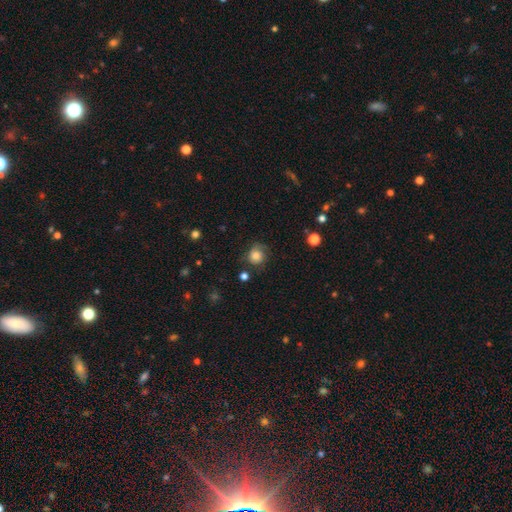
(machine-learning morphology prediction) smooth_or_featured: smooth (p=0.64) [alt: featured or disk p=0.26]
how_rounded: round (p=0.79) [alt: in between p=0.20]
merging: none (p=0.60) [alt: minor disturbance p=0.24]